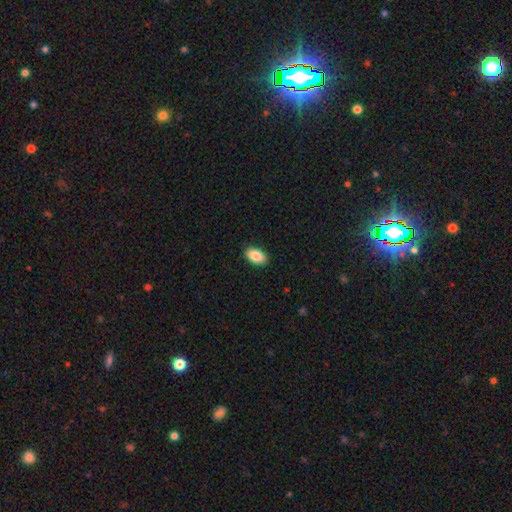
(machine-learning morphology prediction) The model was most divided on "smooth or featured": smooth: 87%, star or artifact: 7%, featured or disk: 6%. More confident: how rounded — in between (93%); merging — none (90%).